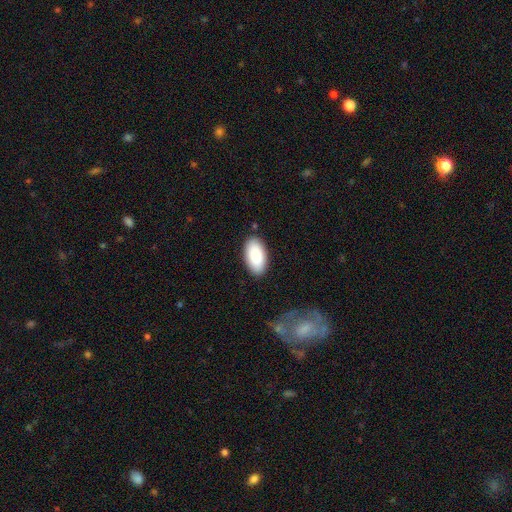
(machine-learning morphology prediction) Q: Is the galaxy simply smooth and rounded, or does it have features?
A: smooth — 86%.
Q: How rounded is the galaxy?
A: in between — 95%.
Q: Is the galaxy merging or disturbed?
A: none — 86%.